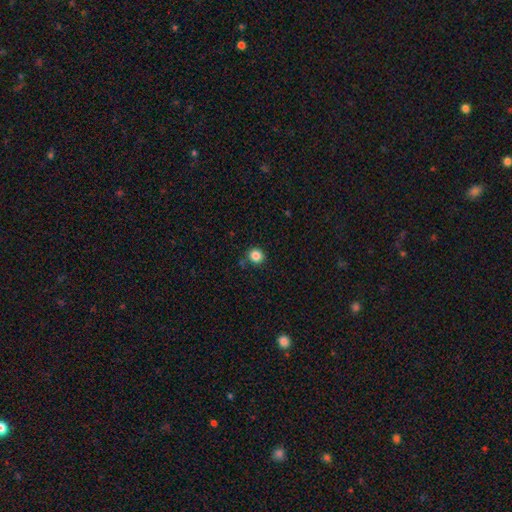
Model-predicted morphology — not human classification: The model was most divided on "smooth or featured": smooth: 84%, star or artifact: 12%, featured or disk: 4%. More confident: how rounded — round (89%); merging — none (85%).